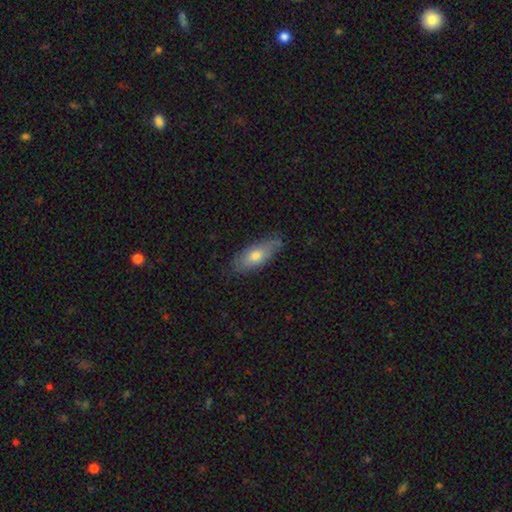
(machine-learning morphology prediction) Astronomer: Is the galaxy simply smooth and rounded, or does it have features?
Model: smooth — 69%.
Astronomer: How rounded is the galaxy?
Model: in between — 77%.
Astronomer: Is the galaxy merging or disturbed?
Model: none — 71%.